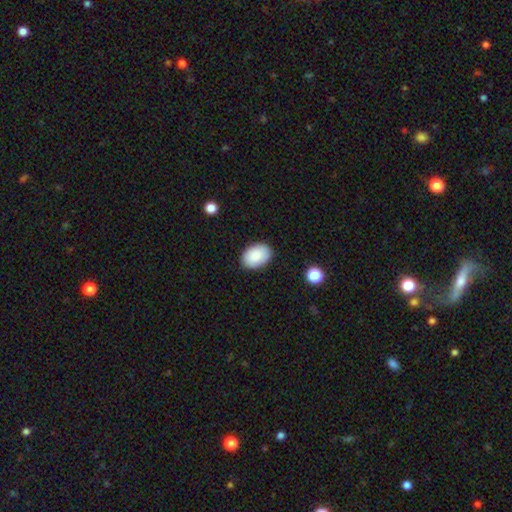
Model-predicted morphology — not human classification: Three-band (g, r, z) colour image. It shows a smooth galaxy with no disk features (88%) that is in between round and cigar-shaped (86%). Merging: none (87%).